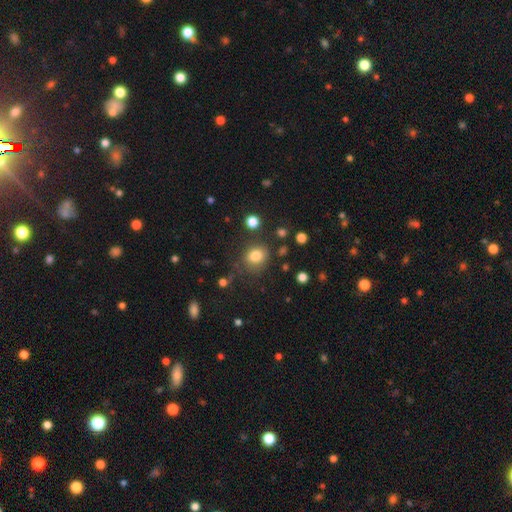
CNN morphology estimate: Smooth or featured?
  - smooth: 81% *
  - star or artifact: 12%
  - featured or disk: 7%
How rounded?
  - round: 71% *
  - in between: 28%
  - cigar-shaped: 1%
Merging?
  - none: 75% *
  - minor disturbance: 15%
  - major disturbance: 6%
  - merger: 5%